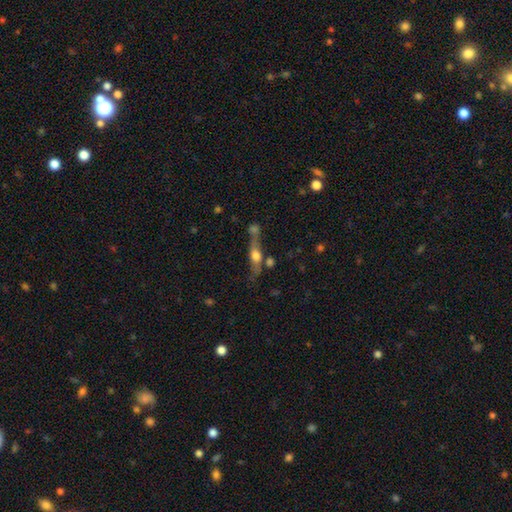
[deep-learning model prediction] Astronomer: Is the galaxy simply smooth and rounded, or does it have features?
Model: featured or disk — 48% (runner-up: smooth, 43%).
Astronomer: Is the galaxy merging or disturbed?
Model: none — 49% (runner-up: merger, 26%).